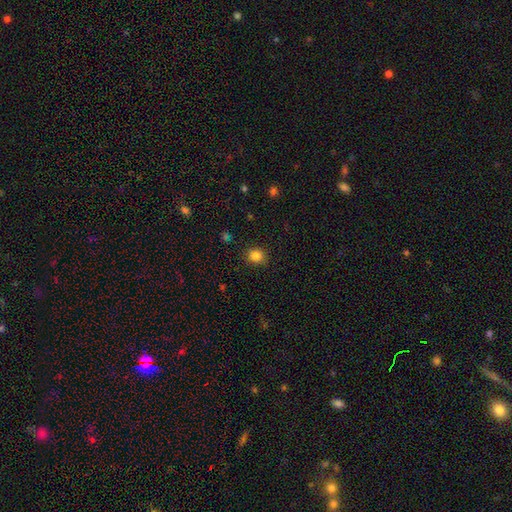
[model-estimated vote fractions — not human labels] A smooth galaxy with no disk features (84%) that is round (70%).

Vote fractions:
- Smooth or featured? smooth: 84% / star or artifact: 11% / featured or disk: 5%
- How rounded? round: 70% / in between: 29% / cigar-shaped: 1%
- Merging? none: 87% / minor disturbance: 9% / major disturbance: 2% / merger: 1%